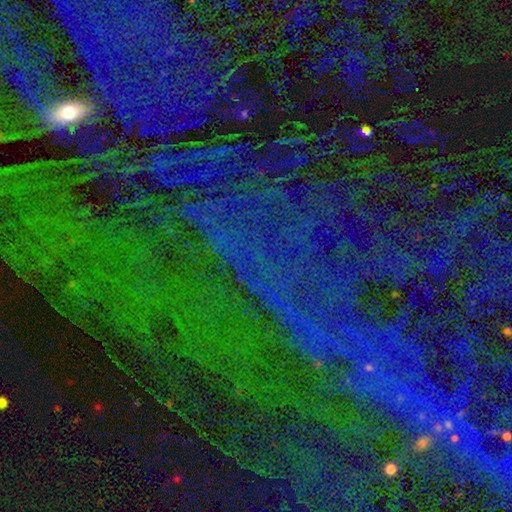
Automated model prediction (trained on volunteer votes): A star or artifact, not a galaxy (83%).